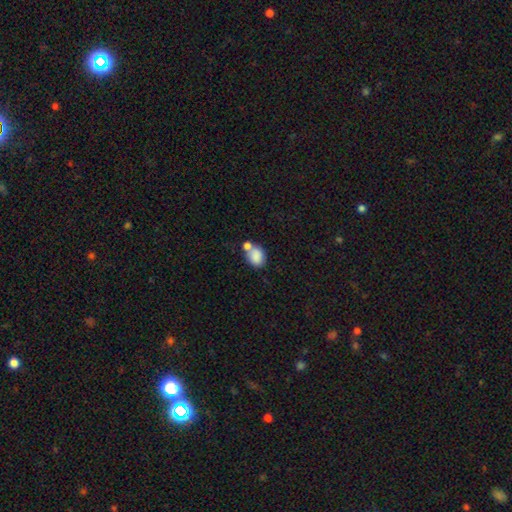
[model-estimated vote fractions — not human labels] Smooth or featured? smooth (84%)
How rounded? in between (64%)
Merging? none (41%, tied with merger)